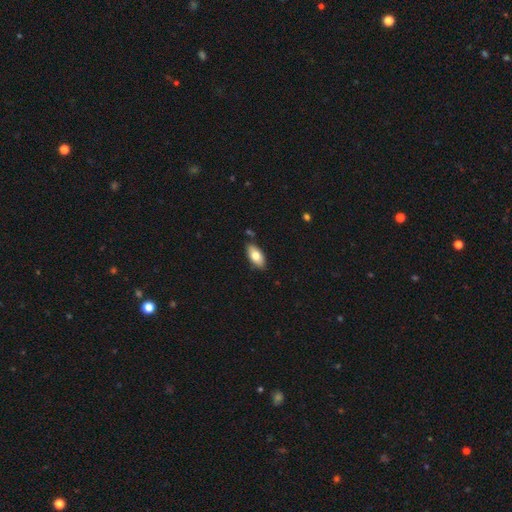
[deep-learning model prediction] A smooth galaxy with no disk features (74%) that is in between round and cigar-shaped (89%). Merging: none (83%).